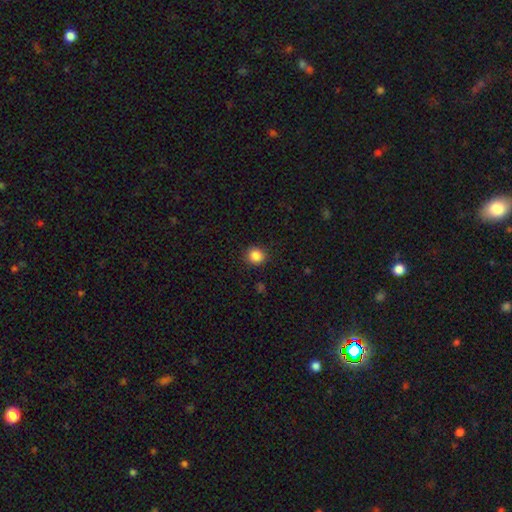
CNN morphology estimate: Q: Smooth or featured?
A: smooth (86%); runner-up: star or artifact (10%)
Q: How rounded?
A: round (86%); runner-up: in between (13%)
Q: Merging?
A: none (91%); runner-up: minor disturbance (6%)